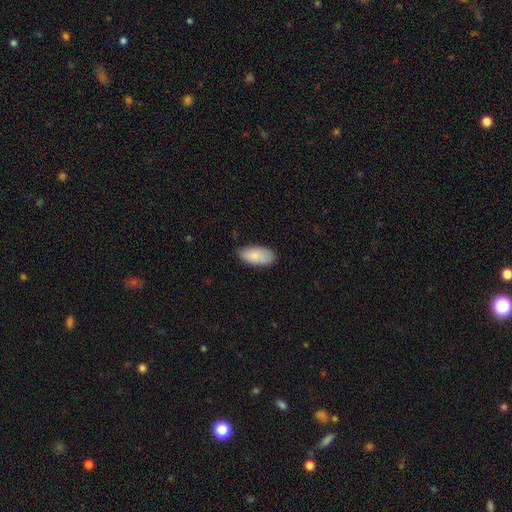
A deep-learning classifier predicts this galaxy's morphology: Smooth or featured? Predicted: smooth (p=0.86). How rounded? Predicted: in between (p=0.94). Merging? Predicted: none (p=0.79).